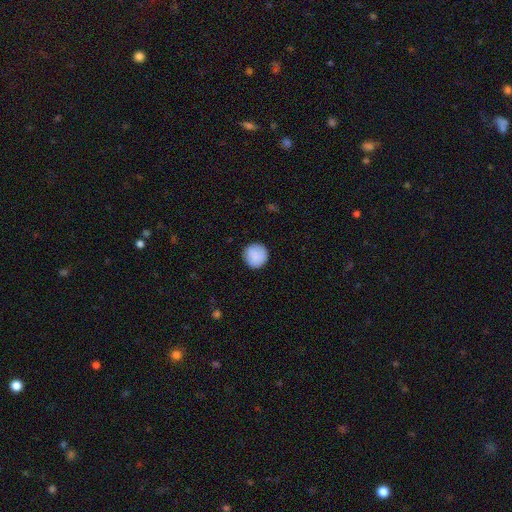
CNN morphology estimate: This appears to be a smooth galaxy with no disk features (89%) that is round (95%). Merging: none (90%).